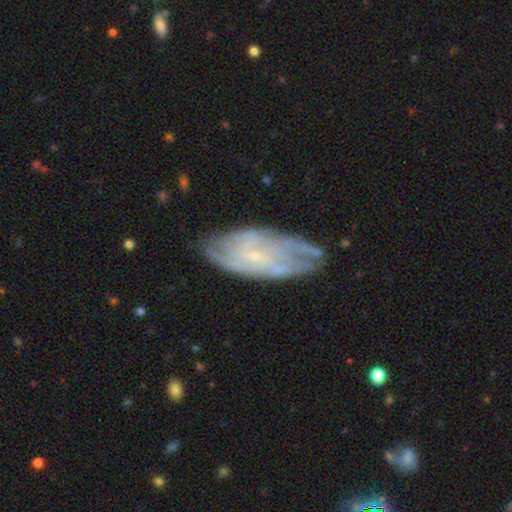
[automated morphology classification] featured or disk 75%, smooth 18%, star or artifact 7%. Down the decision tree: edge-on disk — no (90%); bar — no (62%); spiral arms — yes (84%); spiral arm count — can't tell (54%); spiral winding — tight (58%); bulge size — small (81%); merging — none (66%).